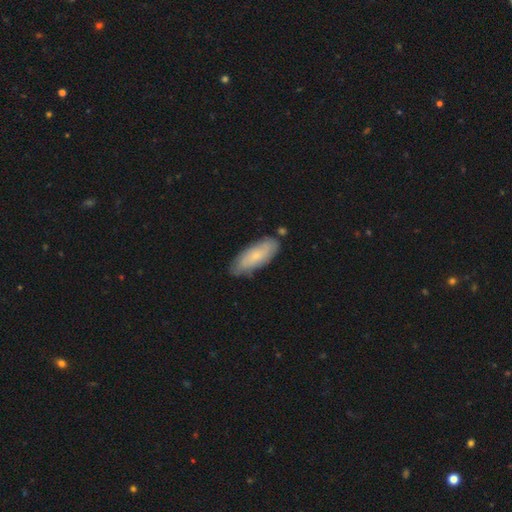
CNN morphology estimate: Smooth or featured? Predicted: smooth (p=0.63). How rounded? Predicted: in between (p=0.72). Merging? Predicted: none (p=0.74).